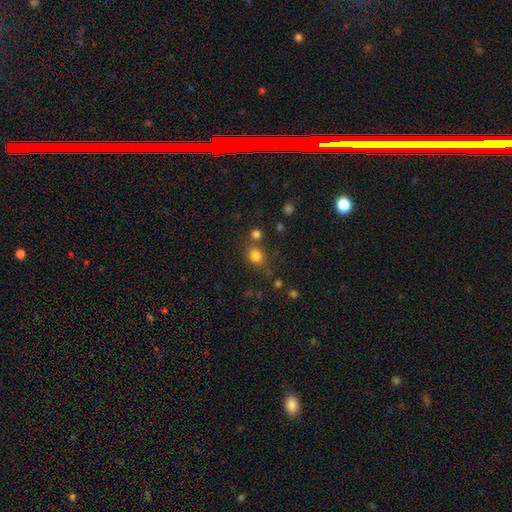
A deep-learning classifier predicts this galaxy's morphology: A smooth galaxy with no disk features (80%) that is round (67%). Merging: none (67%).